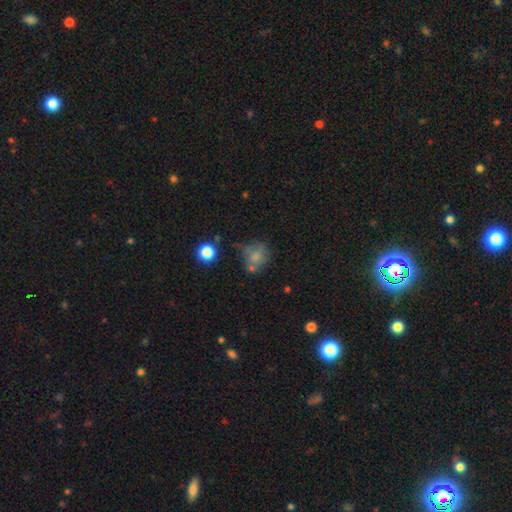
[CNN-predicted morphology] A smooth galaxy with no disk features (70%) that is round (68%).

Vote fractions:
- Smooth or featured? smooth: 70% / featured or disk: 17% / star or artifact: 13%
- How rounded? round: 68% / in between: 31% / cigar-shaped: 1%
- Merging? none: 48% / minor disturbance: 24% / major disturbance: 14% / merger: 14%